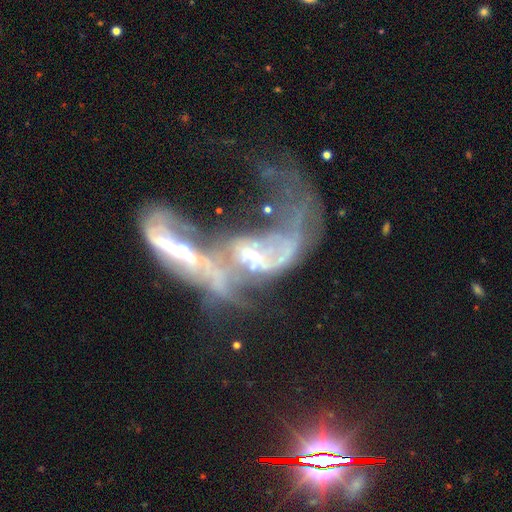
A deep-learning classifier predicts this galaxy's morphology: Smooth or featured? featured or disk (75%)
Edge-on disk? no (91%)
Bar? no (53%)
Spiral arms? yes (69%)
Bulge size? small (40%)
Merging? merger (76%)